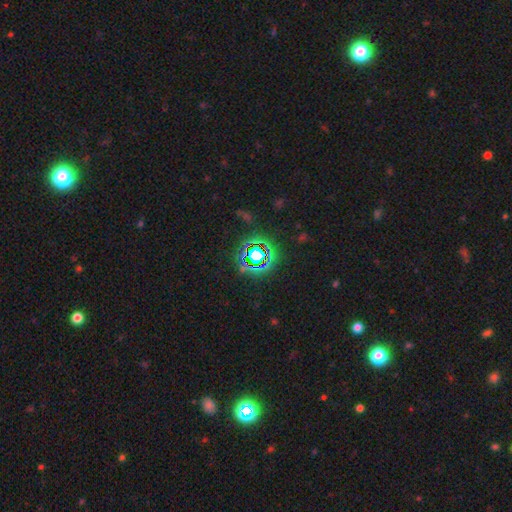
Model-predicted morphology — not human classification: This is likely a star or artifact rather than a galaxy (71%).